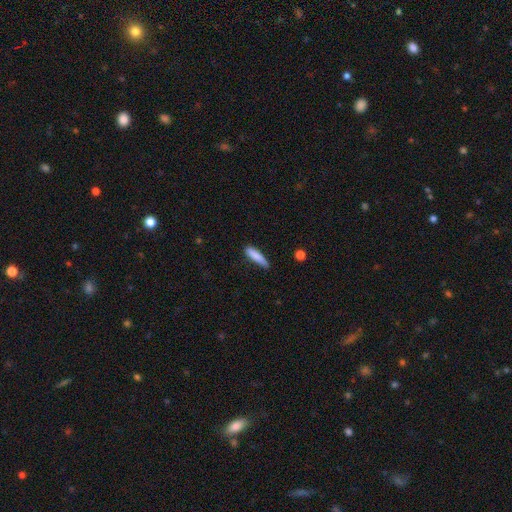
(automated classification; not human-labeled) This appears to be a smooth galaxy with no disk features (84%) that is cigar-shaped (79%). Merging: none (66%).